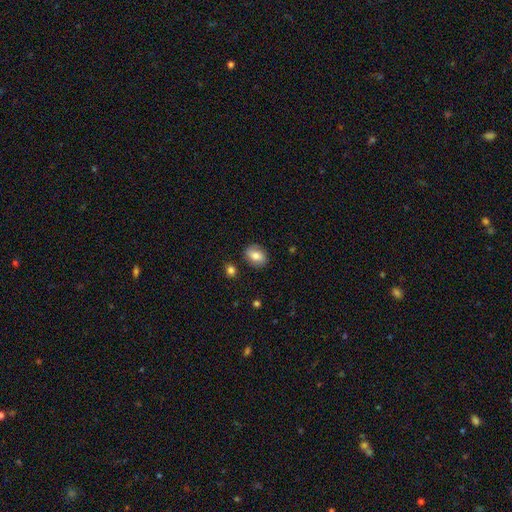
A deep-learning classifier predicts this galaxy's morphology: type=smooth (70%); roundness=in between (66%); merging=none (81%).